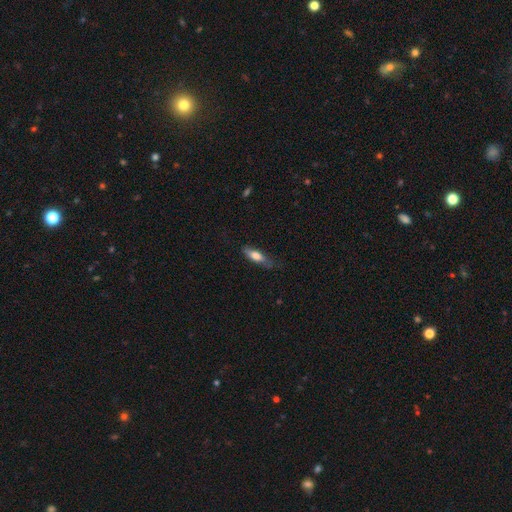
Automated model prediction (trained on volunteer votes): Smooth or featured?
  - smooth: 71% *
  - featured or disk: 23%
  - star or artifact: 6%
How rounded?
  - in between: 50% *
  - cigar-shaped: 48%
  - round: 2%
Merging?
  - none: 64% *
  - minor disturbance: 27%
  - major disturbance: 7%
  - merger: 1%